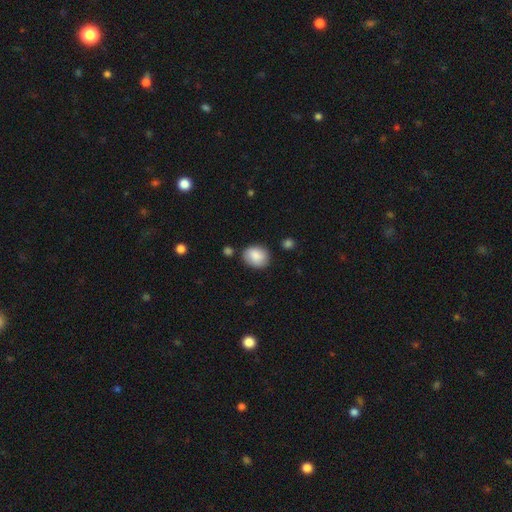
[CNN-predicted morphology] This appears to be a smooth galaxy with no disk features (86%) that is round (51%). Merging: none (76%).